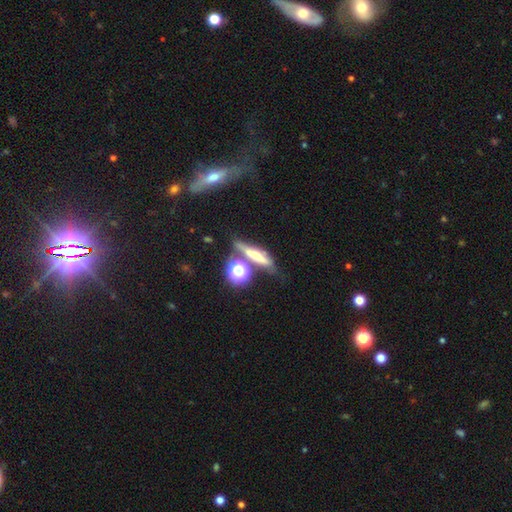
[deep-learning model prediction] A smooth galaxy with no disk features (46%).

Vote fractions:
- Smooth or featured? smooth: 46% / featured or disk: 35% / star or artifact: 19%
- Merging? none: 56% / merger: 20% / minor disturbance: 16% / major disturbance: 8%